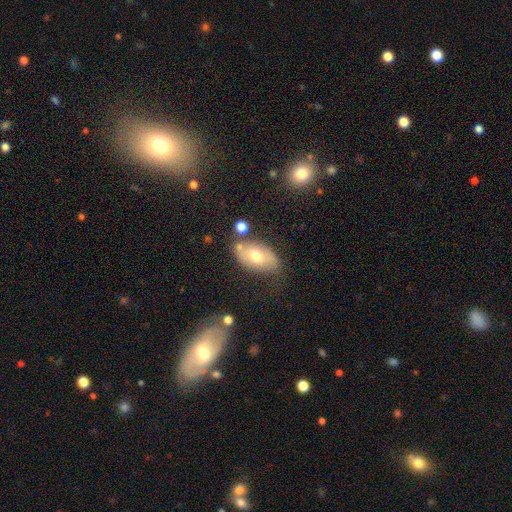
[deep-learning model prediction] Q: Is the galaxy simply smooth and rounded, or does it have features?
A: smooth — 62%.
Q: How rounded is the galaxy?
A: in between — 91%.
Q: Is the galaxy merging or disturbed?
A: none — 62%.